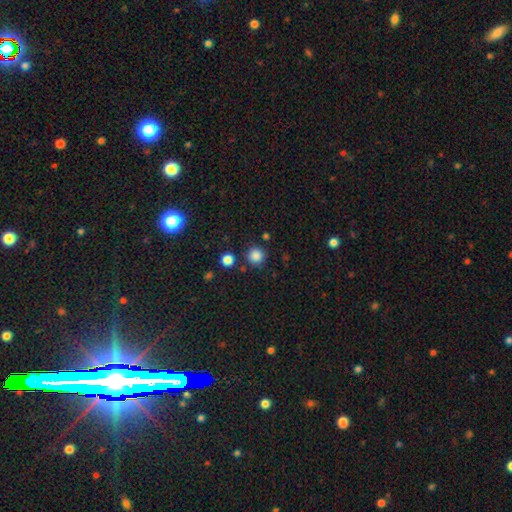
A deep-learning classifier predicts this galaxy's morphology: Smooth or featured: smooth — 85% (star or artifact — 12%)
How rounded: round — 94% (in between — 5%)
Merging: none — 86% (minor disturbance — 7%)